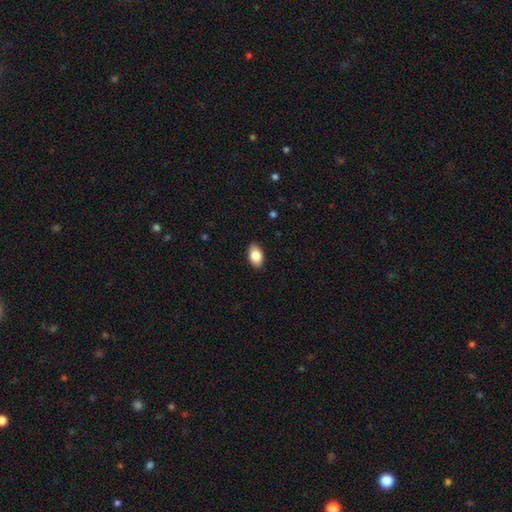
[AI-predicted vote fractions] A smooth galaxy with no disk features (85%) that is in between round and cigar-shaped (91%).

Vote fractions:
- Smooth or featured? smooth: 85% / featured or disk: 8% / star or artifact: 7%
- How rounded? in between: 91% / round: 8% / cigar-shaped: 1%
- Merging? none: 89% / minor disturbance: 8% / major disturbance: 2% / merger: 1%